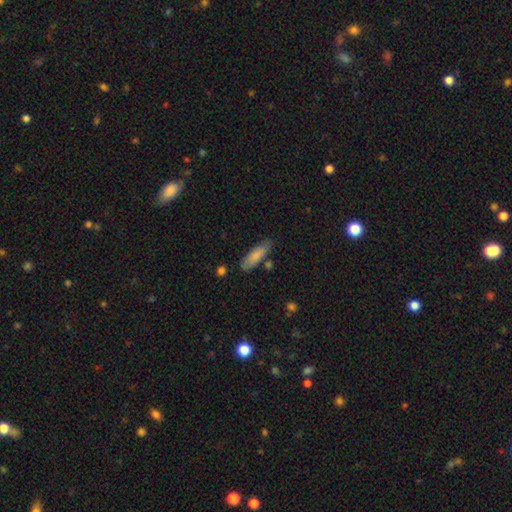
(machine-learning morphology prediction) Smooth or featured: smooth — 82% (featured or disk — 12%)
How rounded: cigar-shaped — 61% (in between — 38%)
Merging: none — 76% (minor disturbance — 16%)